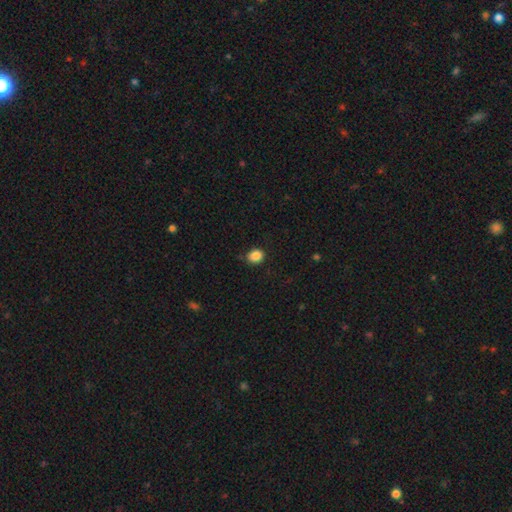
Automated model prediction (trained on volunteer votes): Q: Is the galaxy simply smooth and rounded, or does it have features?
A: smooth — 86%.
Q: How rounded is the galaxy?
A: round — 62%.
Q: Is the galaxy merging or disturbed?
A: none — 83%.